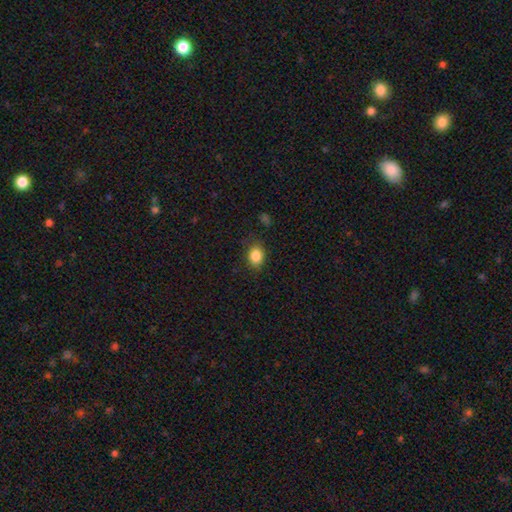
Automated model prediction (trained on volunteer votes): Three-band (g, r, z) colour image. It shows a smooth galaxy with no disk features (85%) that is in between round and cigar-shaped (55%). Merging: none (80%).